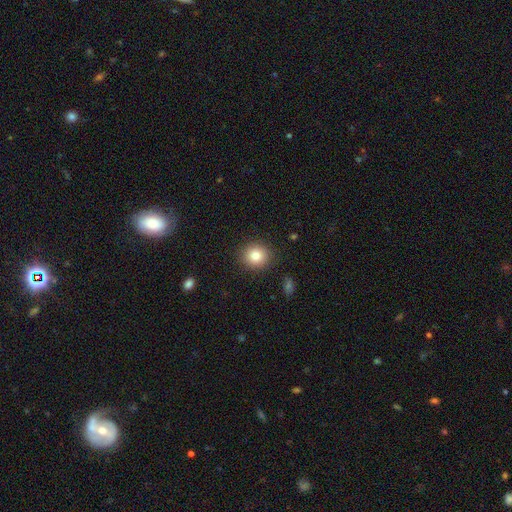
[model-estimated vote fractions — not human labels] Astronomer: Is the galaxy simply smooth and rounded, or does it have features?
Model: smooth — 82%.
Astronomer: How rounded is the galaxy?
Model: round — 86%.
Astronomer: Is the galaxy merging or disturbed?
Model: none — 90%.